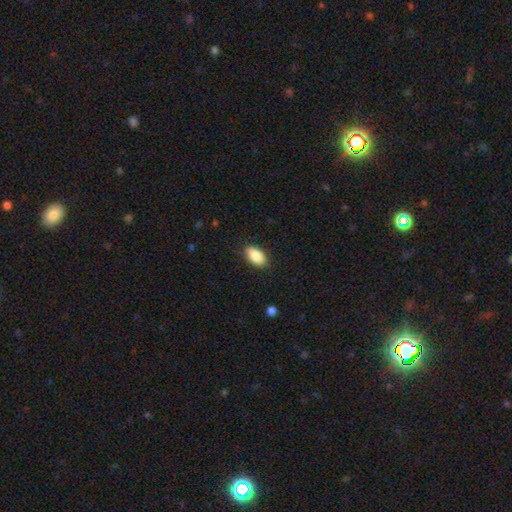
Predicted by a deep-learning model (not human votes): A smooth galaxy with no disk features (88%) that is in between round and cigar-shaped (93%). Merging: none (87%).